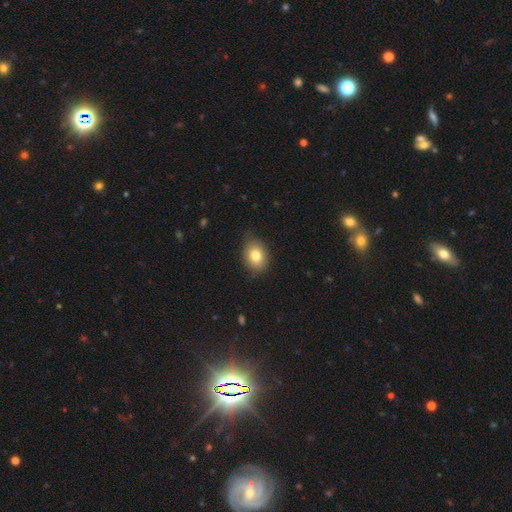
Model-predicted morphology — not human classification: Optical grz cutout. It shows a smooth galaxy with no disk features (81%) that is in between round and cigar-shaped (63%). Merging: none (80%).